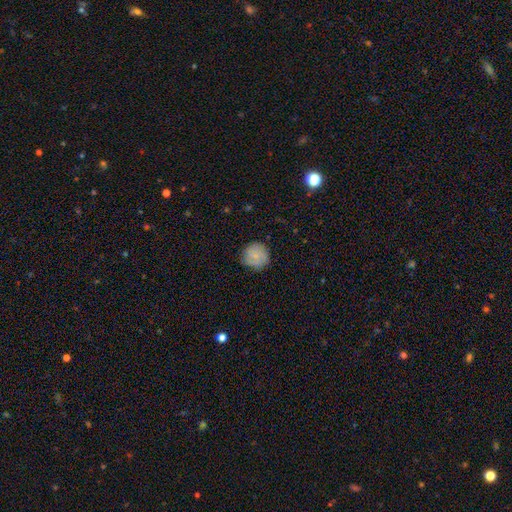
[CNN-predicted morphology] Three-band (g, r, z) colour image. It shows a smooth galaxy with no disk features (75%) that is round (92%). Merging: none (81%).